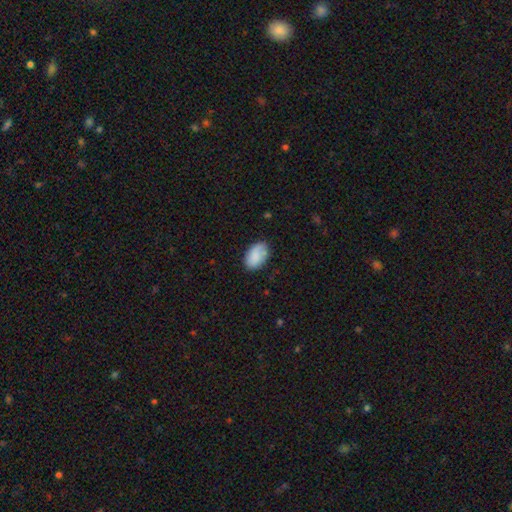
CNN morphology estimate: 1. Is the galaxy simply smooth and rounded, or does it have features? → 84% smooth, 9% featured or disk, 7% star or artifact.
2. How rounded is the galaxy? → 89% in between, 10% round, 1% cigar-shaped.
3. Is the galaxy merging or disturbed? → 75% none, 19% minor disturbance, 4% major disturbance, 2% merger.